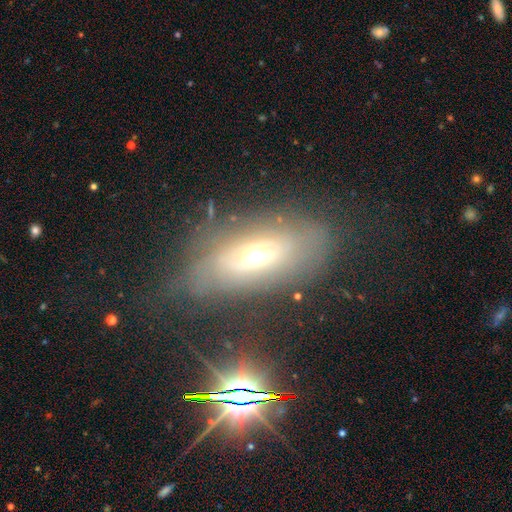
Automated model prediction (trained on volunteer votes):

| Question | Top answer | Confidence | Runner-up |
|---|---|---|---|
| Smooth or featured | featured or disk | 46% | smooth (38%) |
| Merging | none | 60% | minor disturbance (23%) |